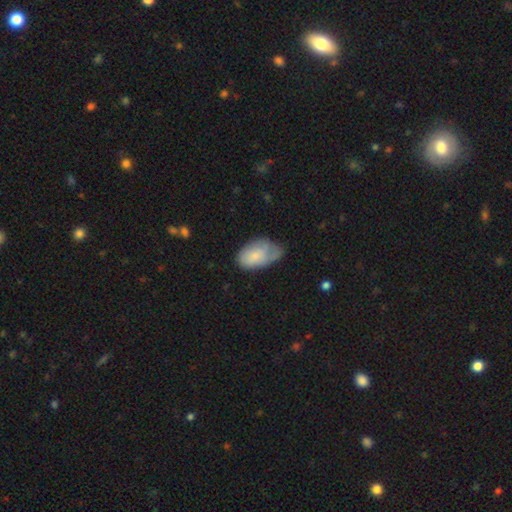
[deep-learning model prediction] Smooth or featured? smooth (71%)
How rounded? in between (93%)
Merging? minor disturbance (42%)